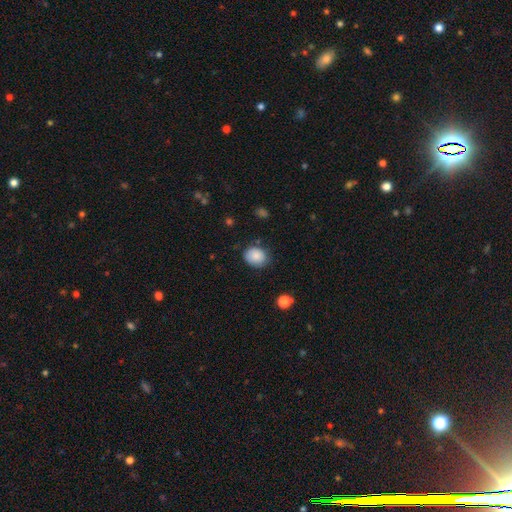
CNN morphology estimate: smooth_or_featured: smooth (p=0.86) [alt: star or artifact p=0.08]
how_rounded: round (p=0.52) [alt: in between p=0.47]
merging: none (p=0.76) [alt: minor disturbance p=0.18]